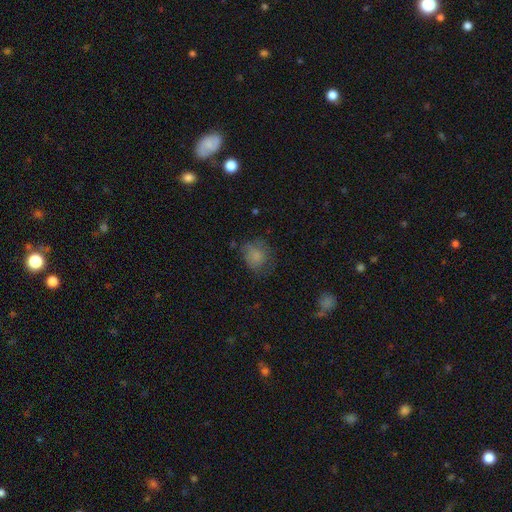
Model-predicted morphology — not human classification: Smooth or featured?
  - smooth: 78% *
  - star or artifact: 11%
  - featured or disk: 11%
How rounded?
  - round: 70% *
  - in between: 29%
  - cigar-shaped: 1%
Merging?
  - none: 58% *
  - minor disturbance: 26%
  - major disturbance: 14%
  - merger: 2%